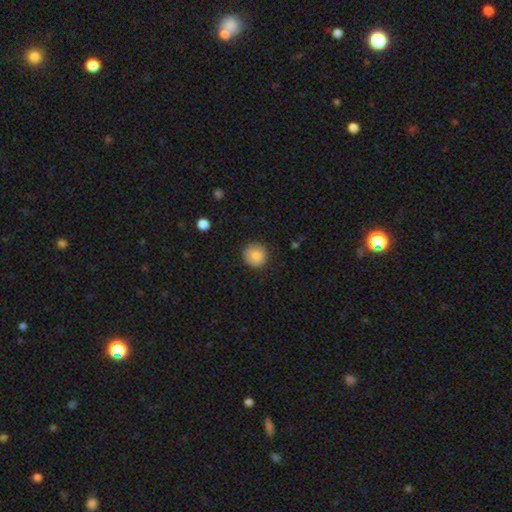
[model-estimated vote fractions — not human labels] smooth-or-featured: smooth: 85% | star or artifact: 8% | featured or disk: 7%
  how-rounded: round: 94% | in between: 5% | cigar-shaped: 1%
  merging: none: 87% | minor disturbance: 10% | major disturbance: 2% | merger: 1%